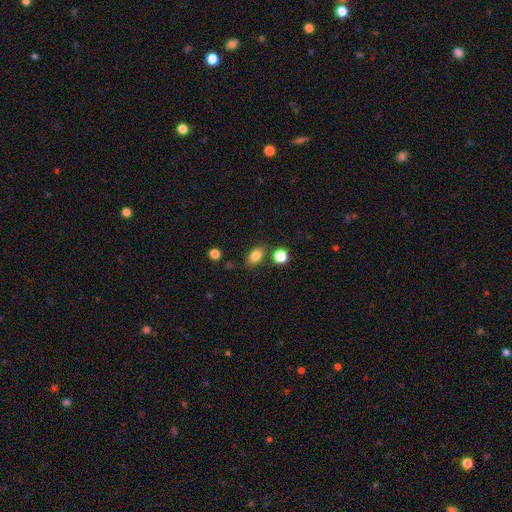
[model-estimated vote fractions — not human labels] The model was most divided on "how rounded": in between: 77%, round: 21%, cigar-shaped: 2%. More confident: smooth or featured — smooth (82%); merging — none (75%).